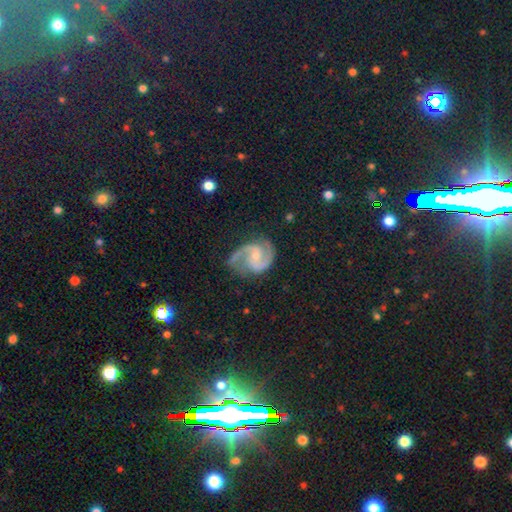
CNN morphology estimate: This is clearly a featured or disk galaxy (91%). It is clearly not viewed edge-on (98%). Bar: possibly no (55%). Spiral arm pattern: clearly yes (98%). Spiral arm count: clearly 2 (93%). Spiral winding: likely medium (62%). Central bulge: likely small (62%). Merging: likely none (73%).